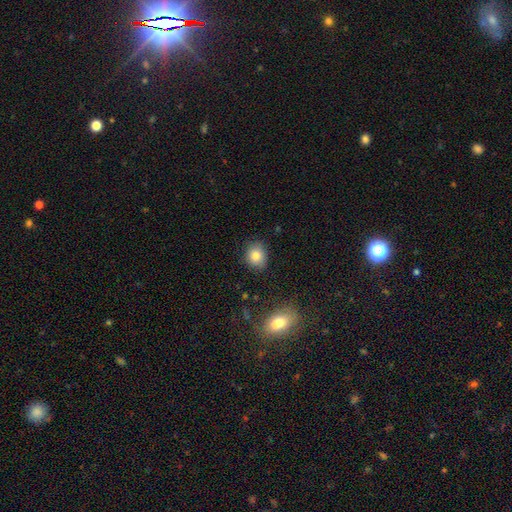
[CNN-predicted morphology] This appears to be a smooth galaxy with no disk features (83%) that is round (66%). Merging: none (82%).